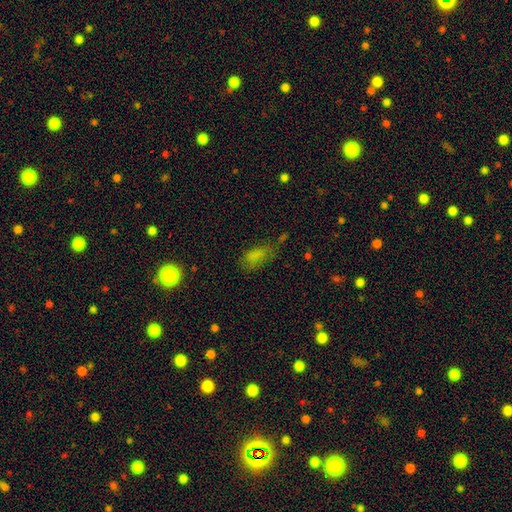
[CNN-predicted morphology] Smooth or featured: smooth — 71% (star or artifact — 19%)
How rounded: in between — 84% (cigar-shaped — 11%)
Merging: none — 44% (minor disturbance — 30%)